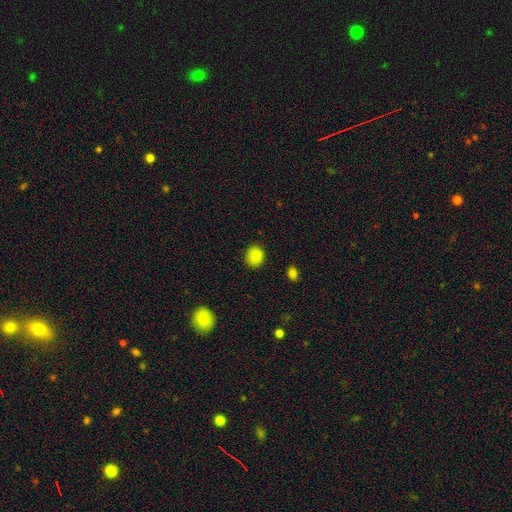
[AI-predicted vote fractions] A smooth galaxy with no disk features (86%) that is round (67%). Merging: none (86%).